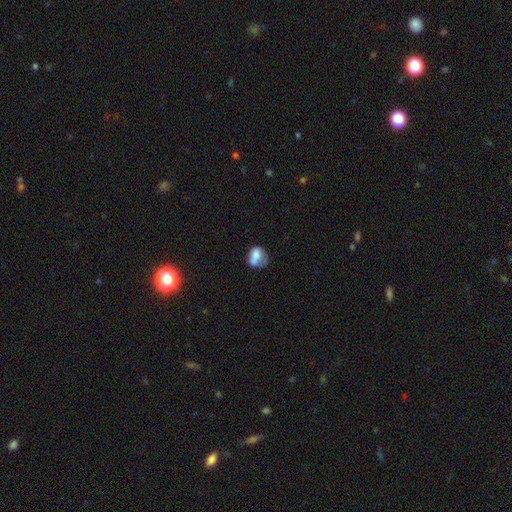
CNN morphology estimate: This appears to be a smooth galaxy with no disk features (71%) that is in between round and cigar-shaped (61%). Merging: none (37%).